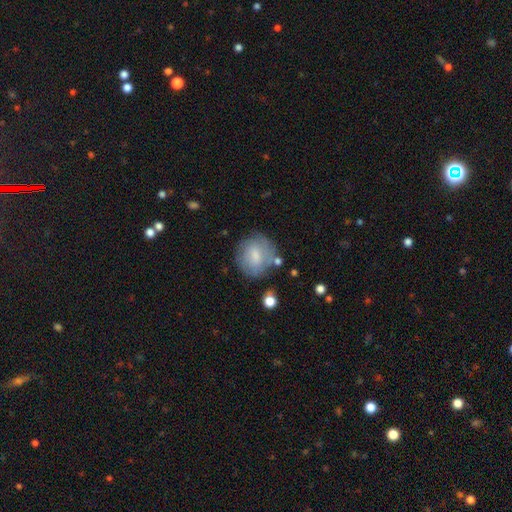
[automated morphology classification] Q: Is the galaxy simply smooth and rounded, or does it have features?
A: smooth — 66%.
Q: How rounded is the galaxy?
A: round — 81%.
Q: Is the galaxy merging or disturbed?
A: none — 67%.